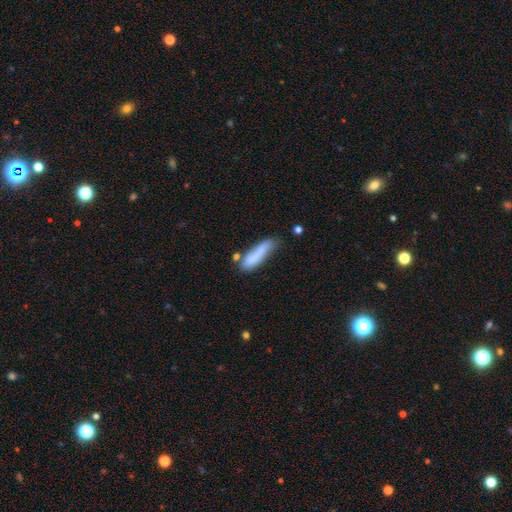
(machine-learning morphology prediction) Smooth or featured? smooth (79%)
How rounded? cigar-shaped (70%)
Merging? none (52%)